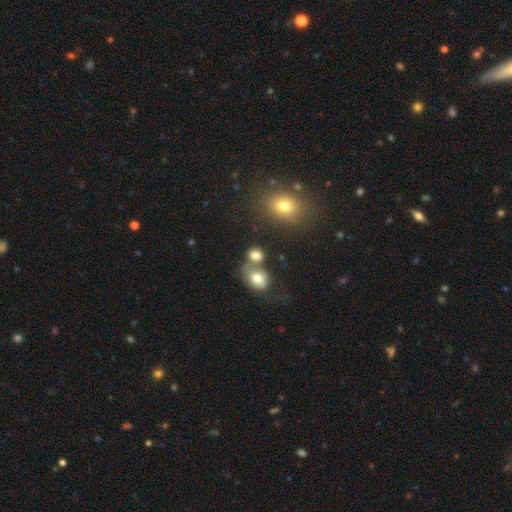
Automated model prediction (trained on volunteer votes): Smooth or featured: smooth — 76% (featured or disk — 12%)
How rounded: round — 56% (in between — 43%)
Merging: none — 41% (tied with merger — 41%)